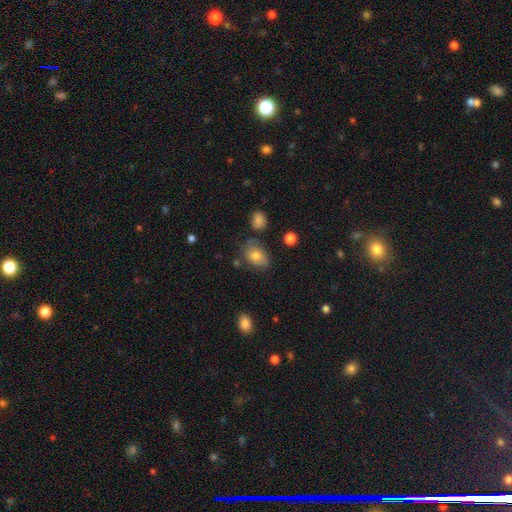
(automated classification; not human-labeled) Morphology: type=smooth (68%); roundness=in between (73%); merging=none (60%).